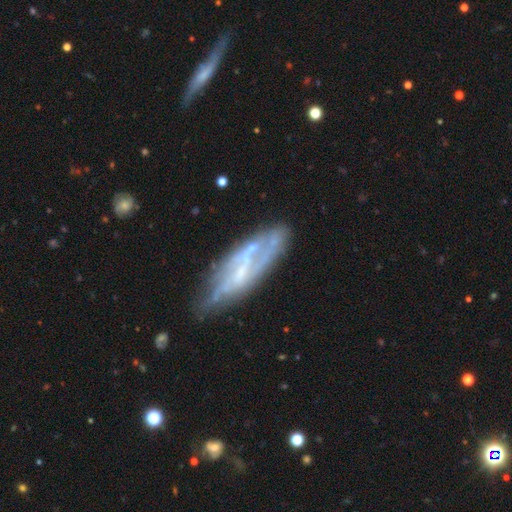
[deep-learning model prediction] Smooth or featured?
  - featured or disk: 65% *
  - smooth: 25%
  - star or artifact: 10%
Edge-on disk?
  - no: 63% *
  - yes: 37%
Merging?
  - none: 60% *
  - minor disturbance: 24%
  - major disturbance: 10%
  - merger: 6%